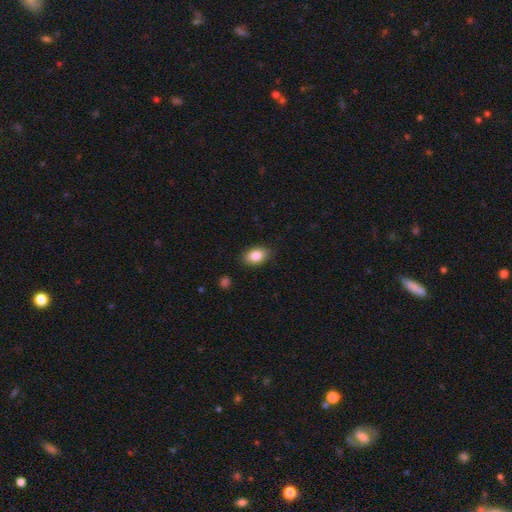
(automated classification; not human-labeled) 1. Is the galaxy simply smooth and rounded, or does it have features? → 85% smooth, 8% star or artifact, 7% featured or disk.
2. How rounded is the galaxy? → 85% in between, 14% round, 1% cigar-shaped.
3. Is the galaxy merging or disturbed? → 86% none, 10% minor disturbance, 2% major disturbance, 1% merger.